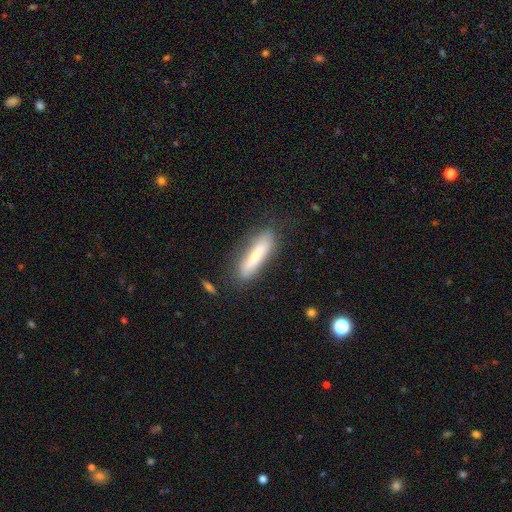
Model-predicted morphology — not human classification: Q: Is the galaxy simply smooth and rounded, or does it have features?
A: smooth — 62%.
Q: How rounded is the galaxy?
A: cigar-shaped — 78%.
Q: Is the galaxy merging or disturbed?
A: none — 77%.